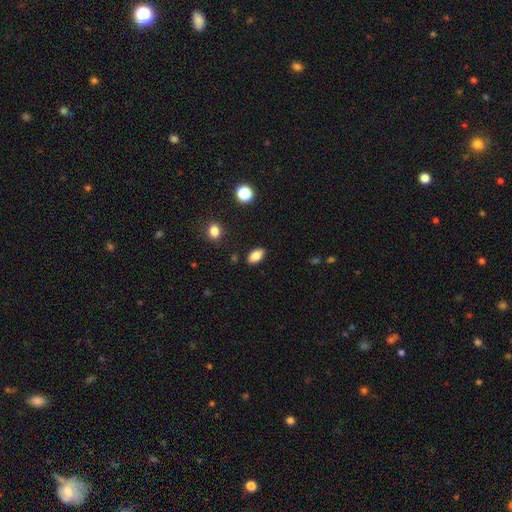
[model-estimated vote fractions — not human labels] This appears to be a smooth galaxy with no disk features (82%) that is in between round and cigar-shaped (91%). Merging: none (87%).